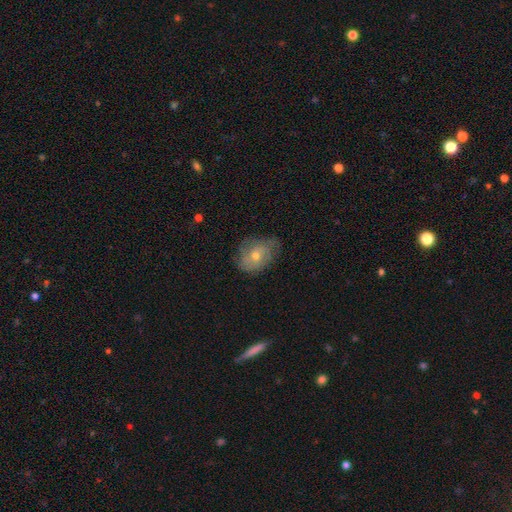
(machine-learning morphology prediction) A featured or disk galaxy (51%). Merging: none (64%).